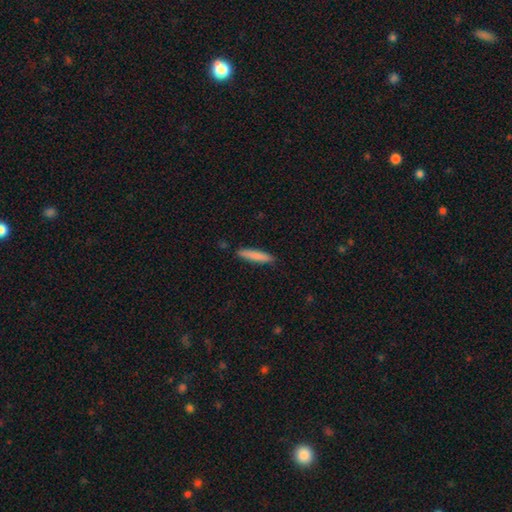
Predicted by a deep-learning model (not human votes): A smooth galaxy with no disk features (83%) that is cigar-shaped (88%). Merging: none (88%).